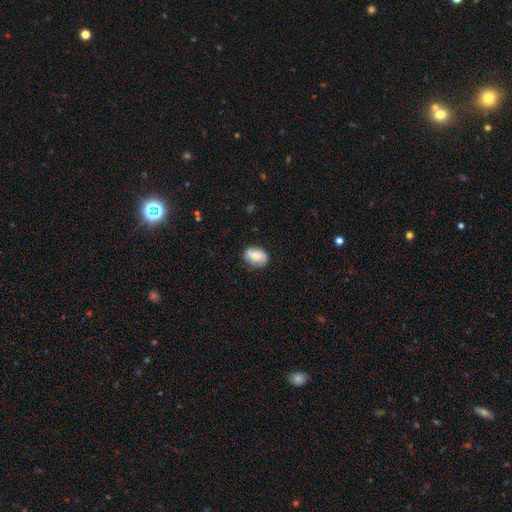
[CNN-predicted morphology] Smooth or featured?
  - smooth: 59% *
  - featured or disk: 34%
  - star or artifact: 8%
How rounded?
  - in between: 80% *
  - round: 19%
  - cigar-shaped: 2%
Merging?
  - none: 78% *
  - minor disturbance: 17%
  - major disturbance: 4%
  - merger: 1%